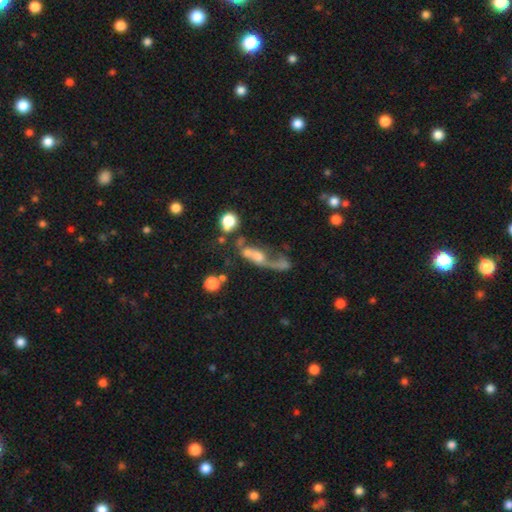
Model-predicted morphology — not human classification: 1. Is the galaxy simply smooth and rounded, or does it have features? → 48% featured or disk, 37% smooth, 14% star or artifact.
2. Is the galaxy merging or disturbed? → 43% merger, 33% major disturbance, 15% none, 9% minor disturbance.